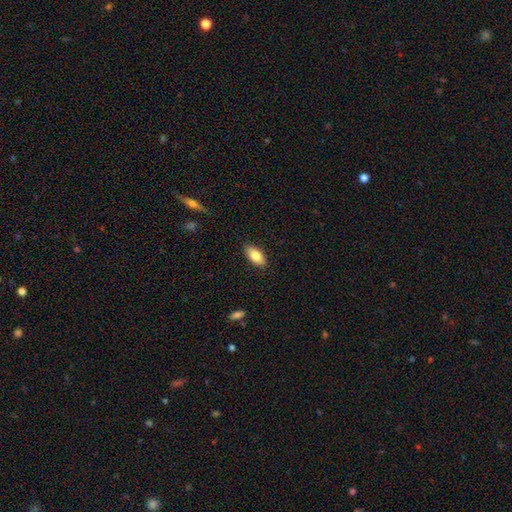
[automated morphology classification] This appears to be a smooth galaxy with no disk features (80%) that is in between round and cigar-shaped (89%). Merging: none (88%).